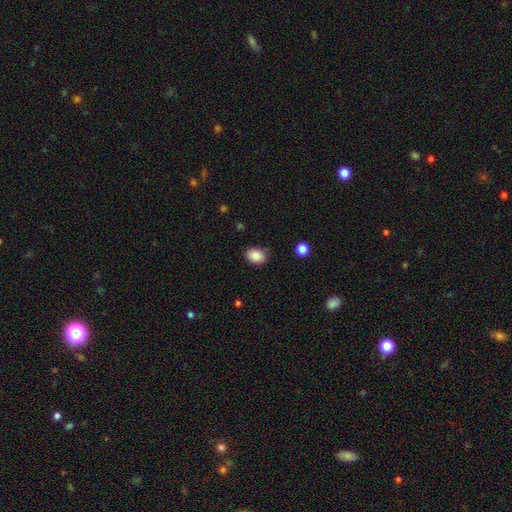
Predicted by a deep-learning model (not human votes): smooth_or_featured: smooth (p=0.86) [alt: star or artifact p=0.08]
how_rounded: in between (p=0.69) [alt: round p=0.30]
merging: none (p=0.82) [alt: minor disturbance p=0.13]